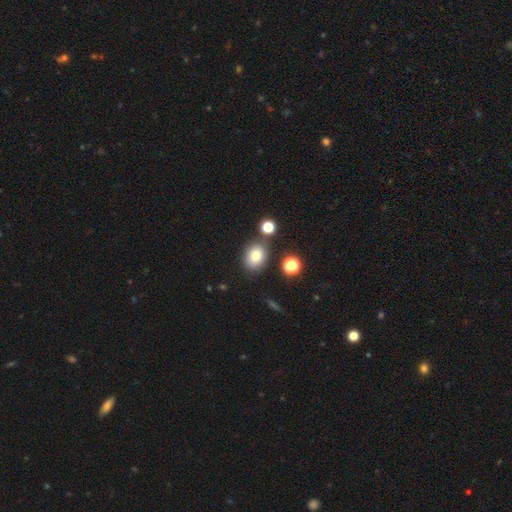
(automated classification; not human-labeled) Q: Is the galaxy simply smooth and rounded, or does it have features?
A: smooth — 79%.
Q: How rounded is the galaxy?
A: in between — 60%.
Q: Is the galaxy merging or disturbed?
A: none — 75%.